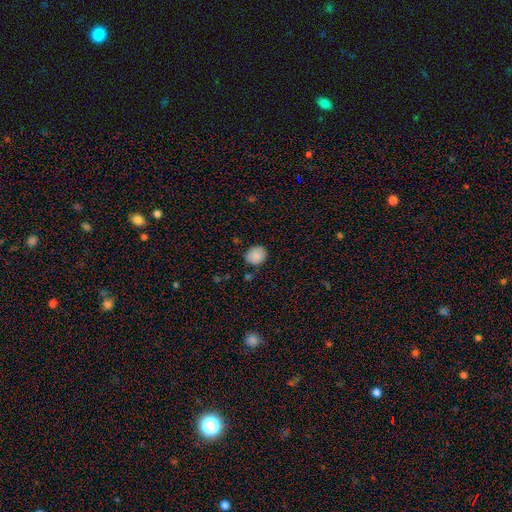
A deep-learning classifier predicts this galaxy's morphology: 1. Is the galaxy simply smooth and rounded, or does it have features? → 86% smooth, 9% star or artifact, 5% featured or disk.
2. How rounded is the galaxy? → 67% round, 32% in between, 1% cigar-shaped.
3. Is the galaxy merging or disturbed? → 79% none, 16% minor disturbance, 3% major disturbance, 2% merger.